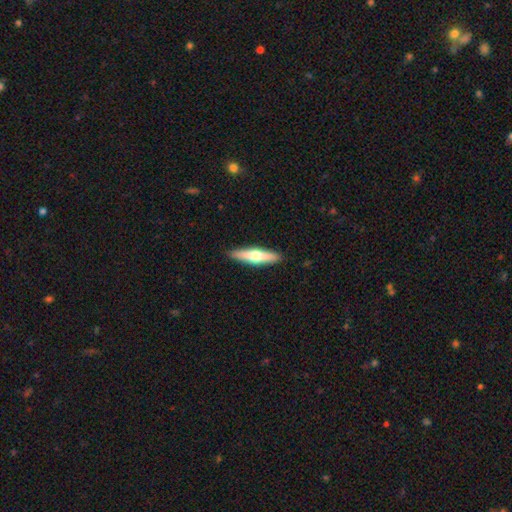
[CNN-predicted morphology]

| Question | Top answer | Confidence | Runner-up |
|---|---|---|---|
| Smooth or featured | smooth | 48% | featured or disk (46%) |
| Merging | none | 90% | minor disturbance (7%) |